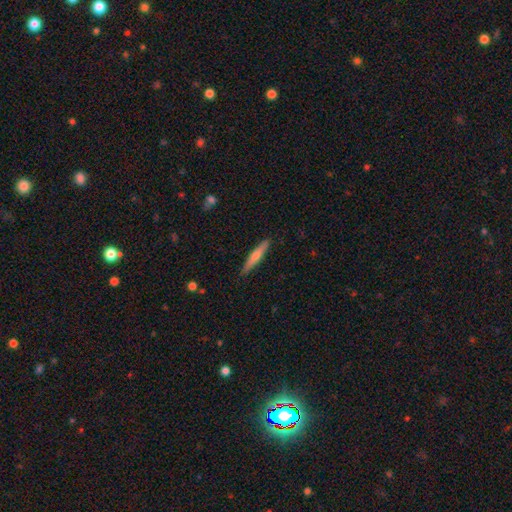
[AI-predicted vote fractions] A smooth galaxy with no disk features (51%) that is cigar-shaped (93%). Merging: none (89%).